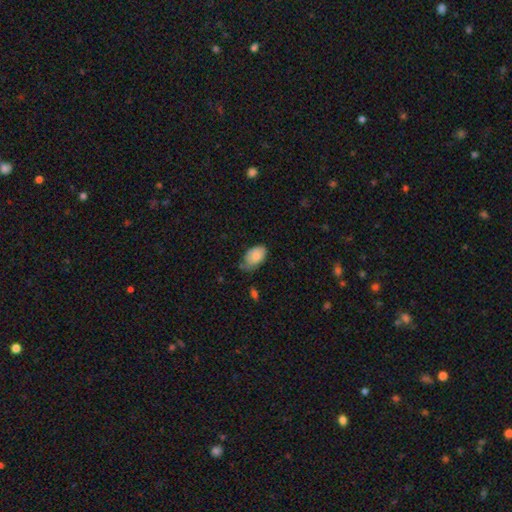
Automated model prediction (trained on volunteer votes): Smooth or featured?
  - smooth: 80% *
  - featured or disk: 13%
  - star or artifact: 7%
How rounded?
  - in between: 92% *
  - round: 7%
  - cigar-shaped: 1%
Merging?
  - none: 46% *
  - minor disturbance: 41%
  - major disturbance: 10%
  - merger: 3%